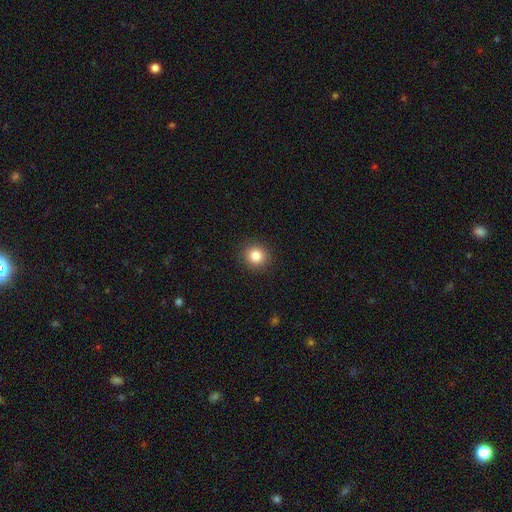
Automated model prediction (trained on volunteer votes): The model was most divided on "smooth or featured": smooth: 84%, star or artifact: 11%, featured or disk: 5%. More confident: merging — none (92%); how rounded — round (91%).